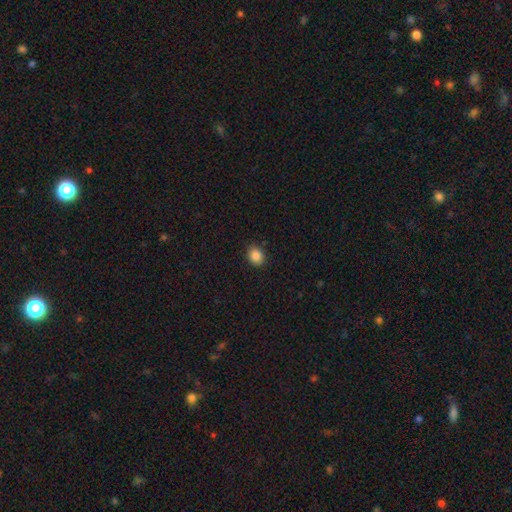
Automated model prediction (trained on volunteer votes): Smooth or featured? Predicted: smooth (p=0.87). How rounded? Predicted: round (p=0.54). Merging? Predicted: none (p=0.88).